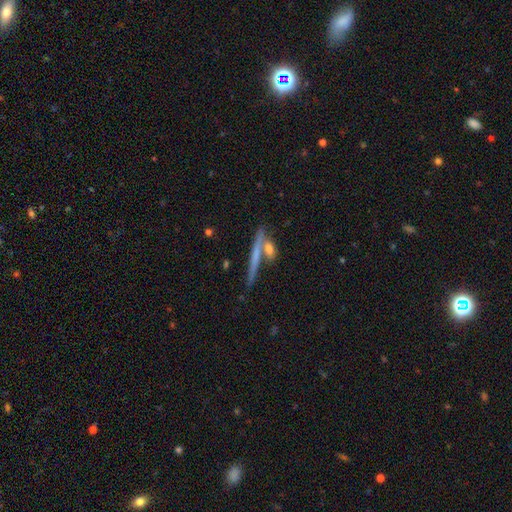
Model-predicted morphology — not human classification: A featured or disk galaxy (49%).

Vote fractions:
- Smooth or featured? featured or disk: 49% / smooth: 43% / star or artifact: 8%
- Merging? none: 62% / merger: 24% / minor disturbance: 10% / major disturbance: 4%